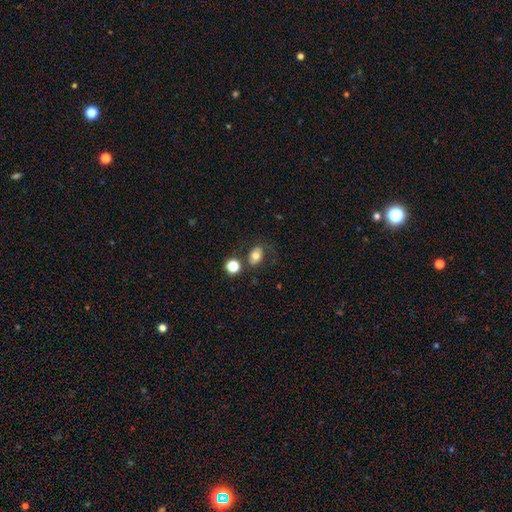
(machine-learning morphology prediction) A smooth galaxy with no disk features (70%) that is in between round and cigar-shaped (68%). Merging: none (60%).